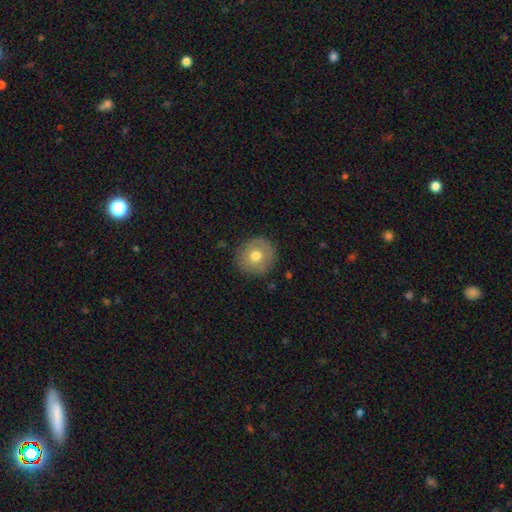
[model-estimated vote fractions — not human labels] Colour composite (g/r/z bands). It shows a smooth galaxy with no disk features (70%) that is round (93%). Merging: none (86%).